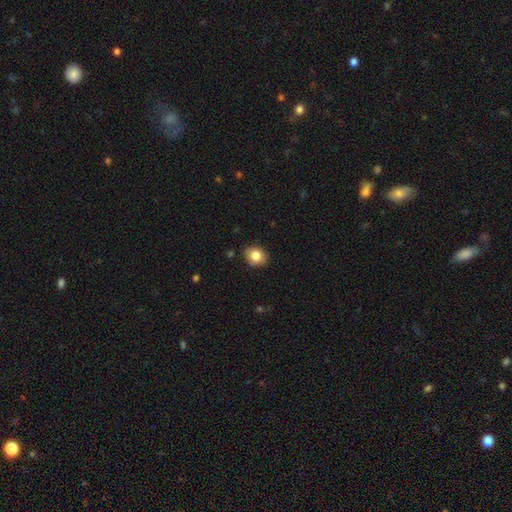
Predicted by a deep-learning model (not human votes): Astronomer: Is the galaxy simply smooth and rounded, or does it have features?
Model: smooth — 82%.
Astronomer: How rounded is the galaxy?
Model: round — 53% (runner-up: in between, 46%).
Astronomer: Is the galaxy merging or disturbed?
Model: none — 85%.